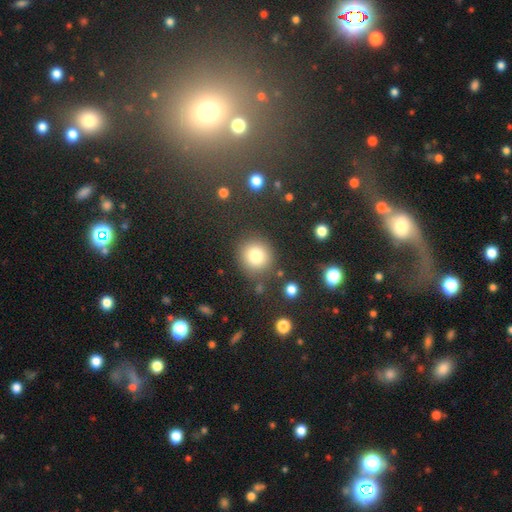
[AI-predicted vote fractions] Smooth or featured?
  - smooth: 81% *
  - star or artifact: 12%
  - featured or disk: 8%
How rounded?
  - round: 88% *
  - in between: 11%
  - cigar-shaped: 1%
Merging?
  - none: 82% *
  - minor disturbance: 9%
  - merger: 4%
  - major disturbance: 4%